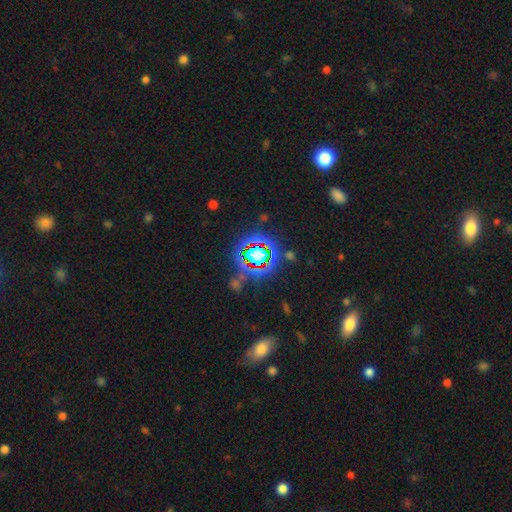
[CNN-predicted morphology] star or artifact 71%, smooth 18%, featured or disk 11%.